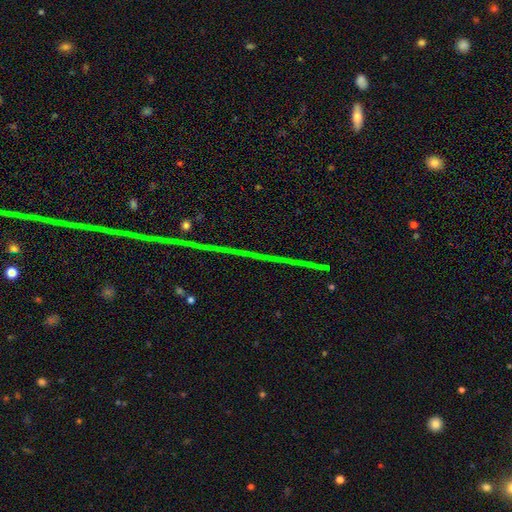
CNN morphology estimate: A star or artifact, not a galaxy (85%).